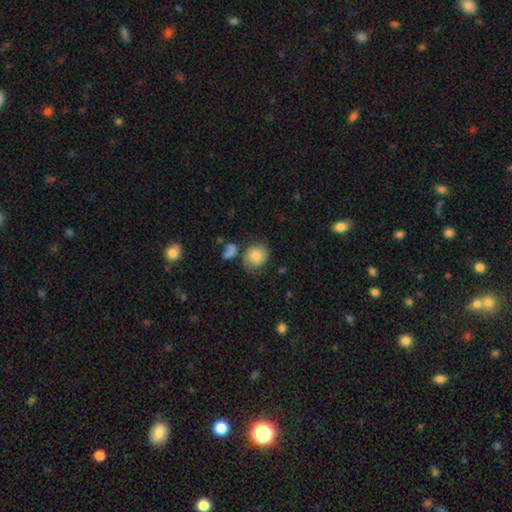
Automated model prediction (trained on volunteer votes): A smooth galaxy with no disk features (67%) that is round (70%).

Vote fractions:
- Smooth or featured? smooth: 67% / featured or disk: 24% / star or artifact: 8%
- How rounded? round: 70% / in between: 29% / cigar-shaped: 1%
- Merging? none: 55% / minor disturbance: 23% / major disturbance: 11% / merger: 10%